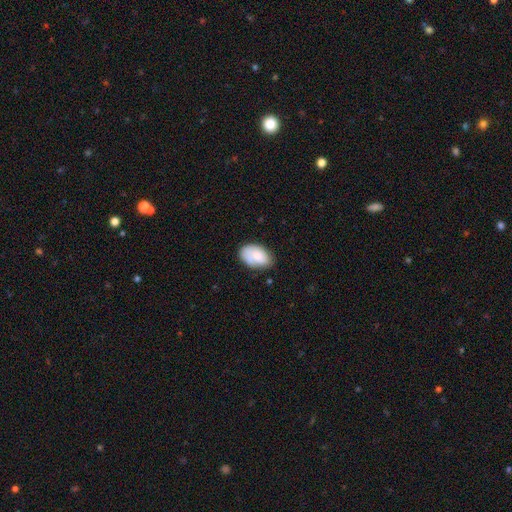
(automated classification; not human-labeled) Smooth or featured: smooth — 75% (featured or disk — 19%)
How rounded: in between — 90% (round — 8%)
Merging: none — 64% (minor disturbance — 25%)